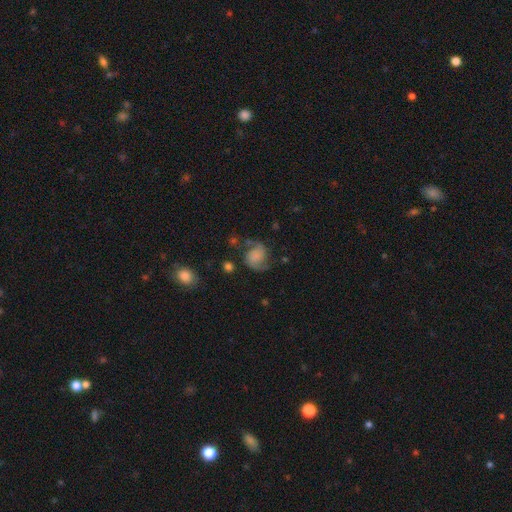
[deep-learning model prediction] Smooth or featured?
  - featured or disk: 64% *
  - smooth: 27%
  - star or artifact: 9%
Edge-on disk?
  - no: 98% *
  - yes: 2%
Bar?
  - no: 68% *
  - weak: 26%
  - strong: 6%
Spiral arms?
  - yes: 93% *
  - no: 7%
Spiral winding?
  - medium: 45% *
  - loose: 39%
  - tight: 16%
Spiral arm count?
  - 2: 89% *
  - 1: 4%
  - can't tell: 3%
  - 3: 1%
  - 4: 1%
  - more than 4: 1%
Bulge size?
  - none: 53% *
  - small: 15%
  - large: 14%
  - moderate: 10%
  - dominant: 8%
Merging?
  - none: 61% *
  - minor disturbance: 21%
  - major disturbance: 14%
  - merger: 4%